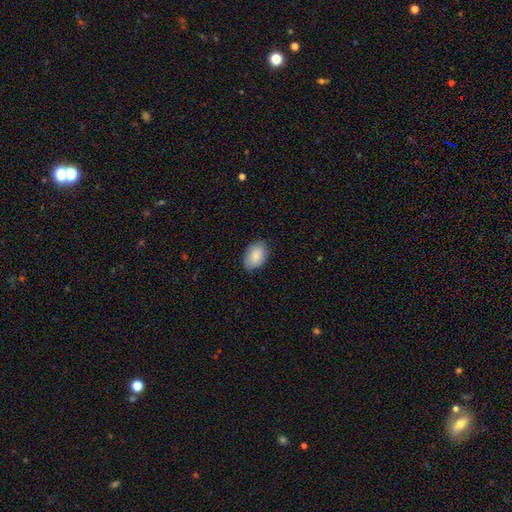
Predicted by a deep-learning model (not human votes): Smooth or featured? Predicted: smooth (p=0.87). How rounded? Predicted: in between (p=0.88). Merging? Predicted: none (p=0.82).